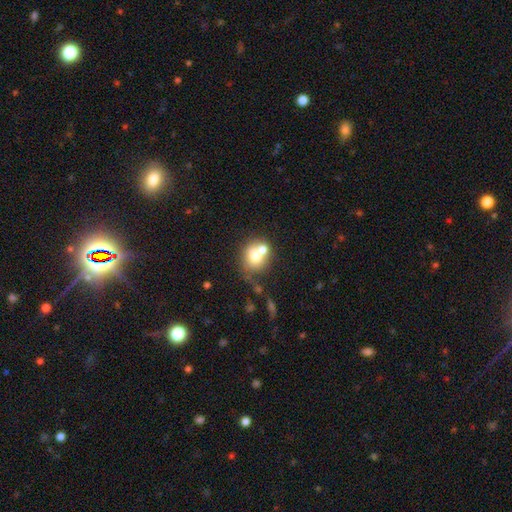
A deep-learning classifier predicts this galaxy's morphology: A smooth galaxy with no disk features (68%) that is round (76%).

Vote fractions:
- Smooth or featured? smooth: 68% / featured or disk: 21% / star or artifact: 11%
- How rounded? round: 76% / in between: 23% / cigar-shaped: 1%
- Merging? merger: 45% / none: 42% / minor disturbance: 9% / major disturbance: 4%